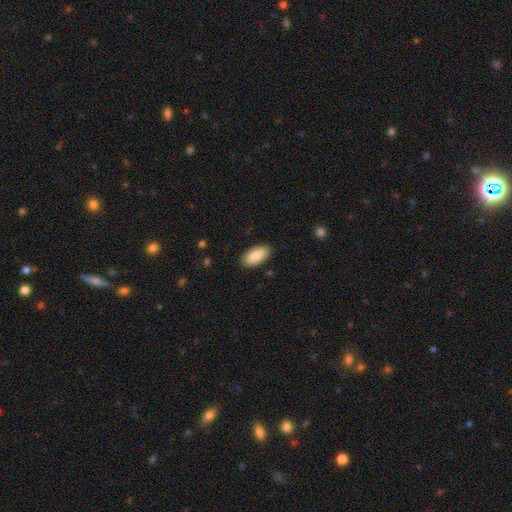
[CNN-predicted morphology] The model was most divided on "merging": none: 87%, minor disturbance: 10%, major disturbance: 2%, merger: 1%. More confident: how rounded — in between (92%); smooth or featured — smooth (87%).